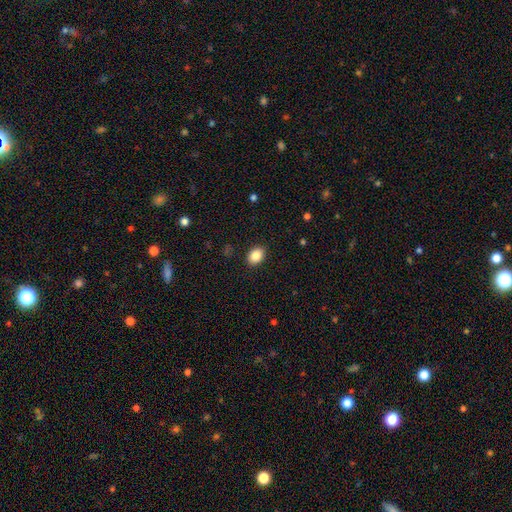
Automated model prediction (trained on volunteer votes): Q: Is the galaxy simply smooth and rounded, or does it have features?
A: smooth — 86%.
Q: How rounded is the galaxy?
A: in between — 75%.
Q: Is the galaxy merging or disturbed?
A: none — 89%.